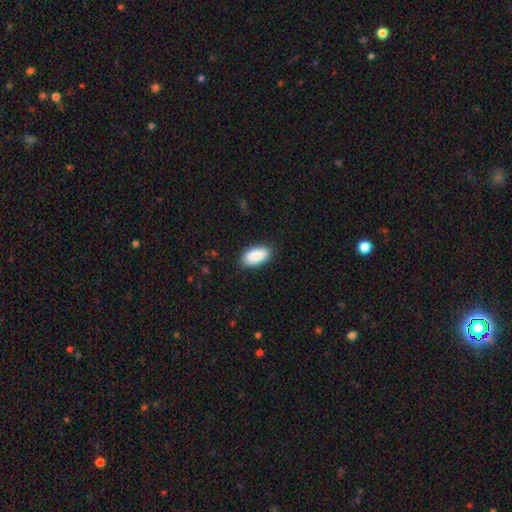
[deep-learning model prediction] Overall: smooth (91%). How rounded: in between (96%). Merging: none (88%).